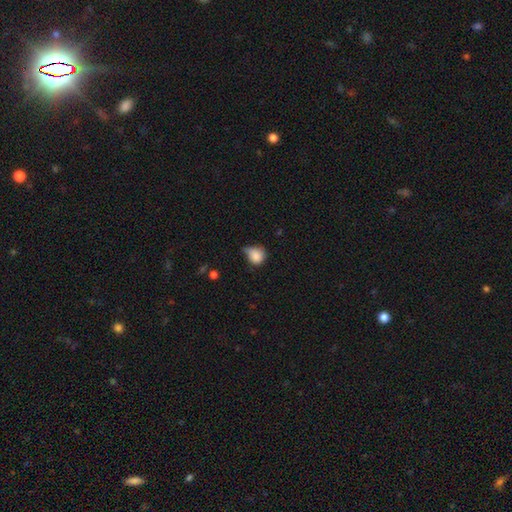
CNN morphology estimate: Smooth or featured? smooth (82%)
How rounded? round (71%)
Merging? minor disturbance (45%)